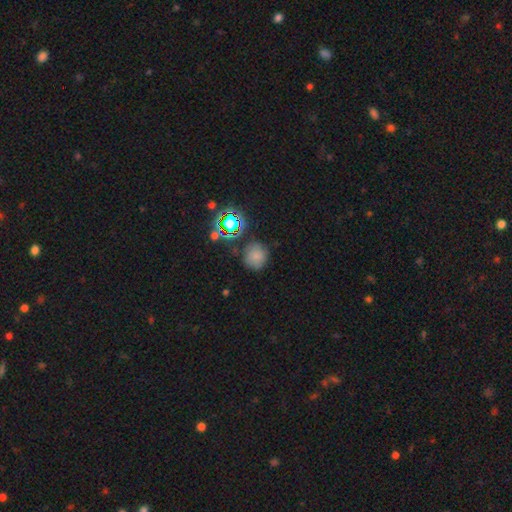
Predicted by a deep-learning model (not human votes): Morphology: type=smooth (70%); roundness=round (89%); merging=none (75%).